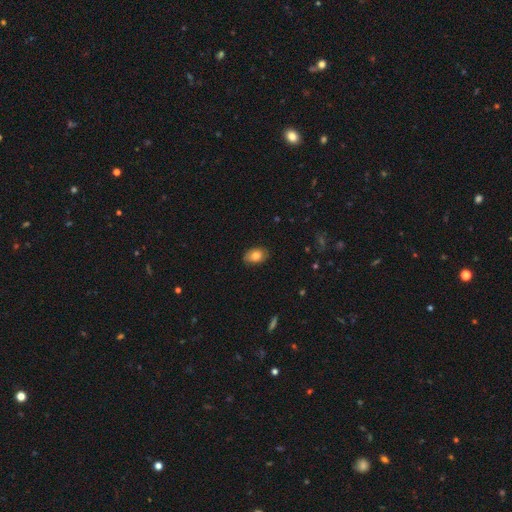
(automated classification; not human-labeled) Q: Smooth or featured?
A: smooth (74%); runner-up: featured or disk (17%)
Q: How rounded?
A: in between (85%); runner-up: round (14%)
Q: Merging?
A: none (82%); runner-up: minor disturbance (15%)